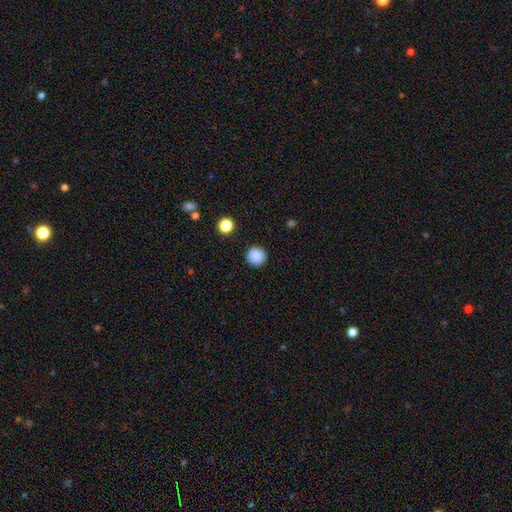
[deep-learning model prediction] Overall: smooth (87%). How rounded: round (94%). Merging: none (90%).